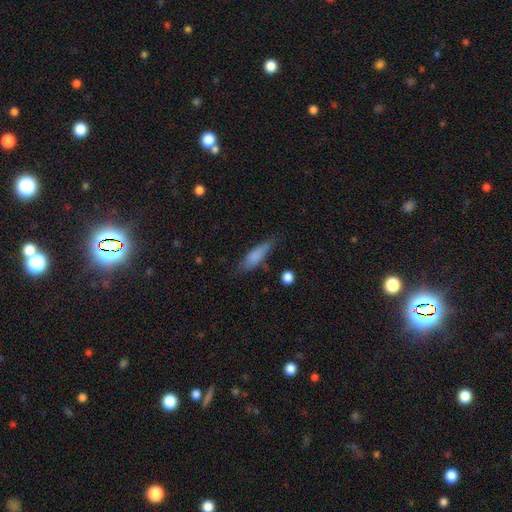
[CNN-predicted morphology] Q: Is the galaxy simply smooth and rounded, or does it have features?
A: smooth — 78%.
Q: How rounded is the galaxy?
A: cigar-shaped — 52%.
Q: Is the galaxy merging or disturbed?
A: none — 64%.